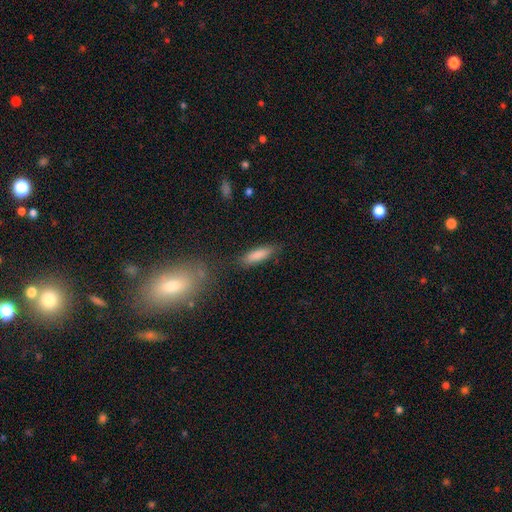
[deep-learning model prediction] Smooth or featured? Predicted: smooth (p=0.83). How rounded? Predicted: cigar-shaped (p=0.60). Merging? Predicted: none (p=0.79).